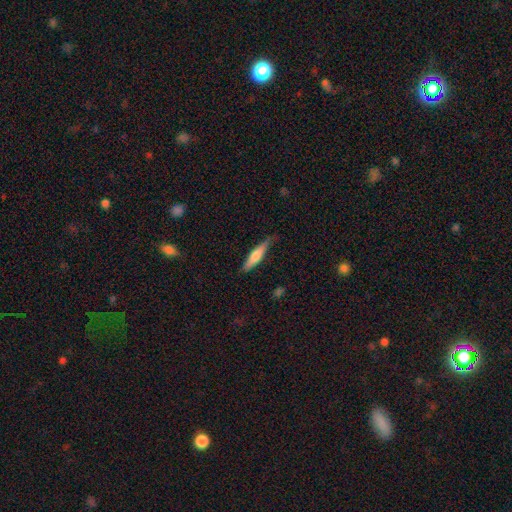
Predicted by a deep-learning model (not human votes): smooth-or-featured: smooth: 60% | featured or disk: 34% | star or artifact: 6%
  how-rounded: cigar-shaped: 83% | in between: 15% | round: 1%
  merging: none: 77% | minor disturbance: 18% | major disturbance: 3% | merger: 1%